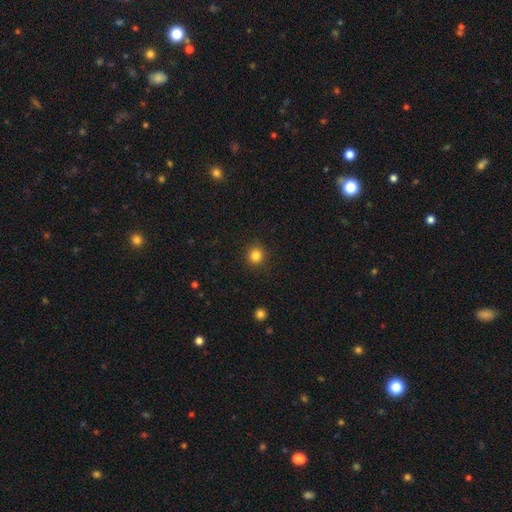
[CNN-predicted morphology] type=smooth (83%); roundness=round (91%); merging=none (90%).